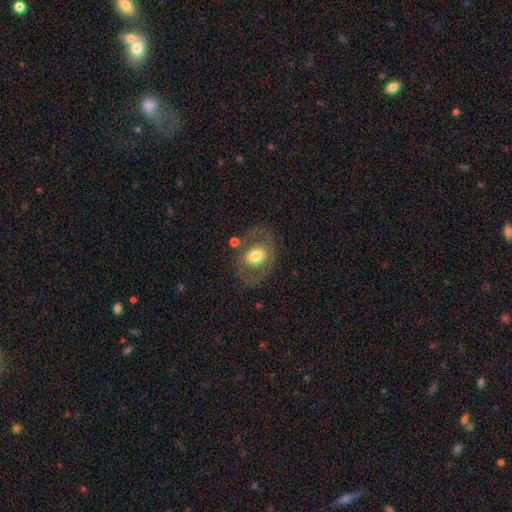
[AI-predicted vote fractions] This appears to be a smooth galaxy with no disk features (52%) that is in between round and cigar-shaped (58%). Merging: none (68%).